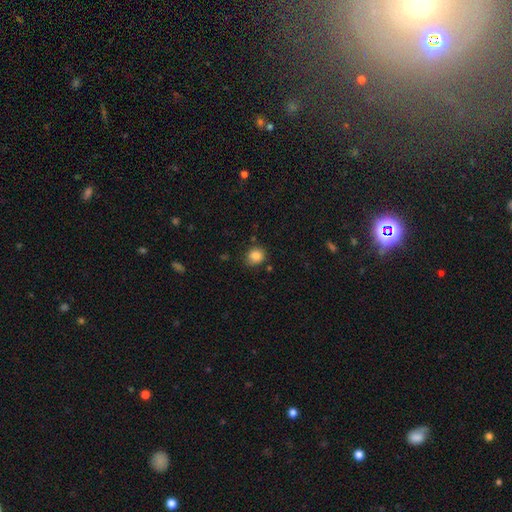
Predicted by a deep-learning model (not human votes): Smooth or featured? Predicted: smooth (p=0.86). How rounded? Predicted: round (p=0.72). Merging? Predicted: none (p=0.79).